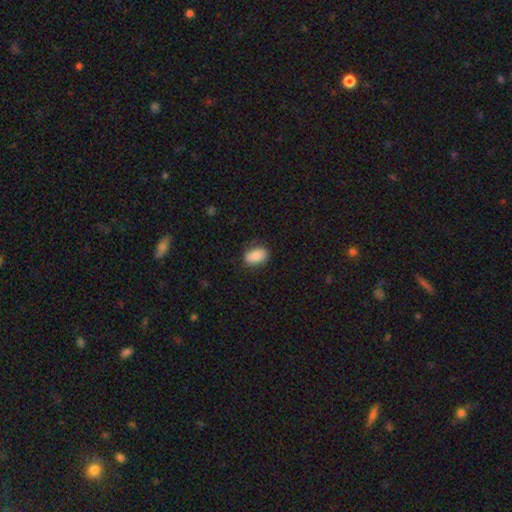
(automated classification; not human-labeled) Morphology: type=smooth (84%); roundness=in between (85%); merging=none (80%).